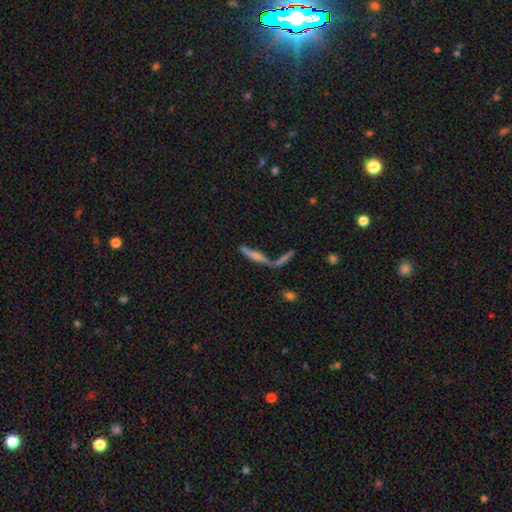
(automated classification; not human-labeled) This appears to be a featured or disk galaxy (55%) viewed edge-on (88%). Merging: none (51%).